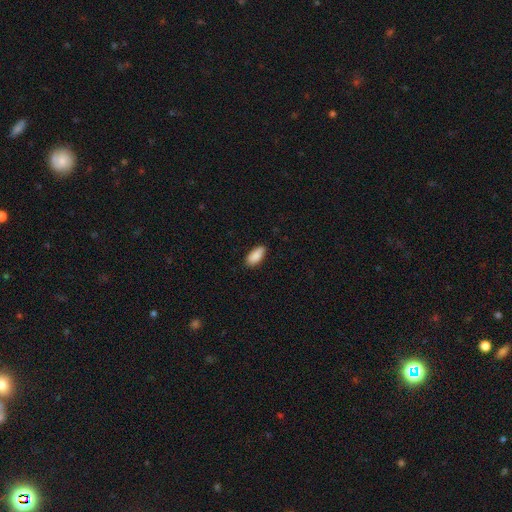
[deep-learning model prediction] The model was most divided on "merging": none: 81%, minor disturbance: 15%, major disturbance: 2%, merger: 1%. More confident: smooth or featured — smooth (89%); how rounded — in between (87%).